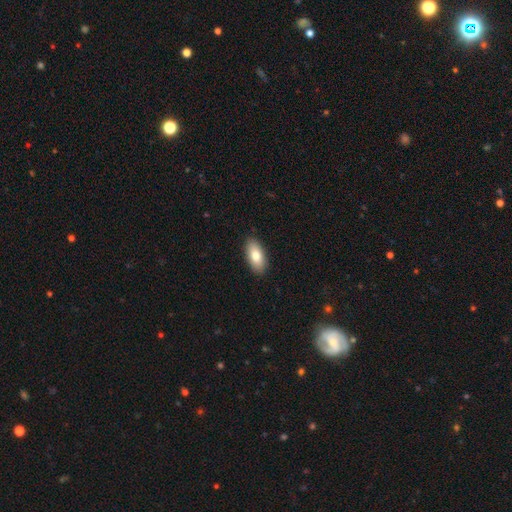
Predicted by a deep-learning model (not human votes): The model was most divided on "smooth or featured": smooth: 80%, featured or disk: 13%, star or artifact: 6%. More confident: how rounded — in between (91%); merging — none (90%).